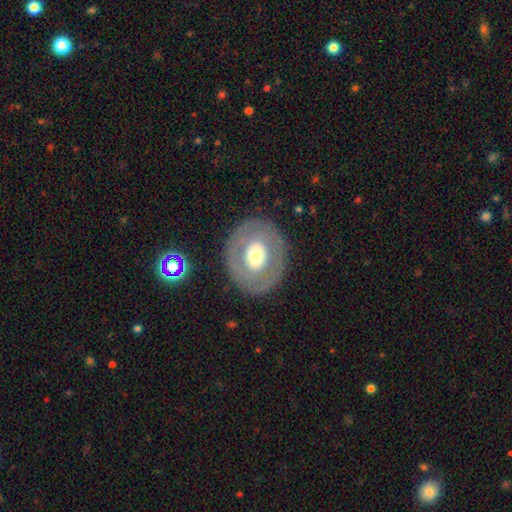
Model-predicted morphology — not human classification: featured or disk 52%, smooth 42%, star or artifact 6%. Down the decision tree: edge-on disk — no (94%); merging — none (83%).